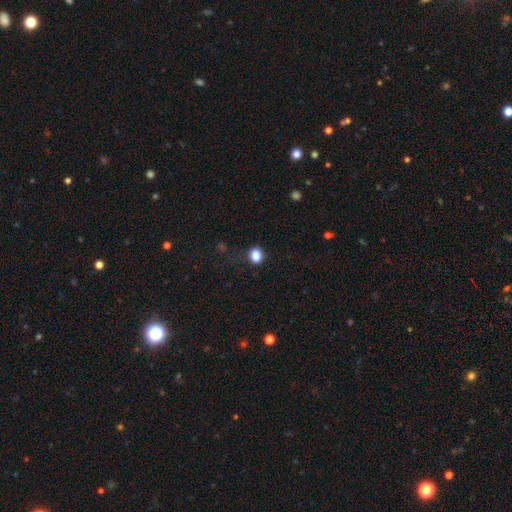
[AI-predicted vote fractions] smooth 84%, star or artifact 12%, featured or disk 4%. Down the decision tree: how rounded — round (51%); merging — none (78%).